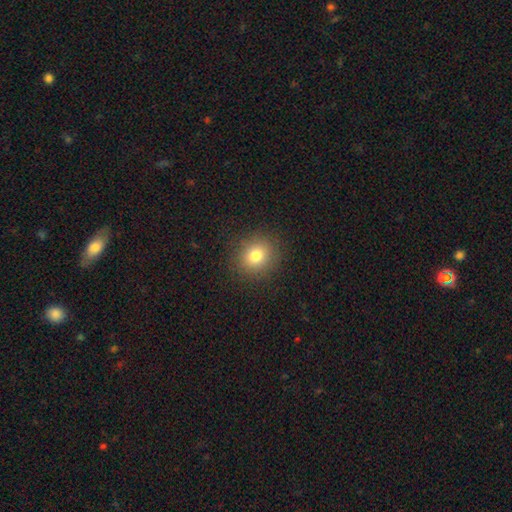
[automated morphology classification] Overall: smooth (79%). How rounded: round (82%). Merging: none (88%).